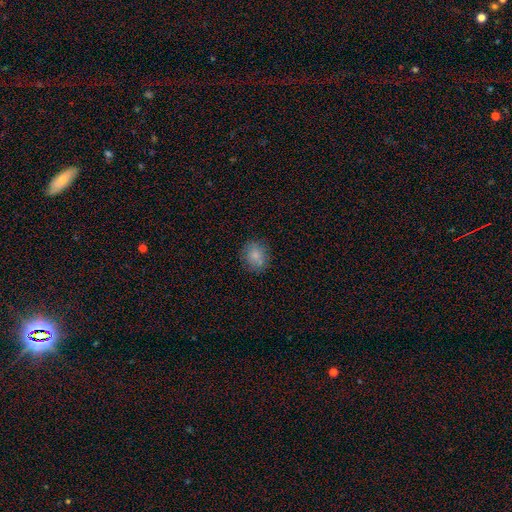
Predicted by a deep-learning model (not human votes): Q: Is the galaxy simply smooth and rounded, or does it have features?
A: smooth — 80%.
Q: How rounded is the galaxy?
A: round — 74%.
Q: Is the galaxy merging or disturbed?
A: none — 79%.